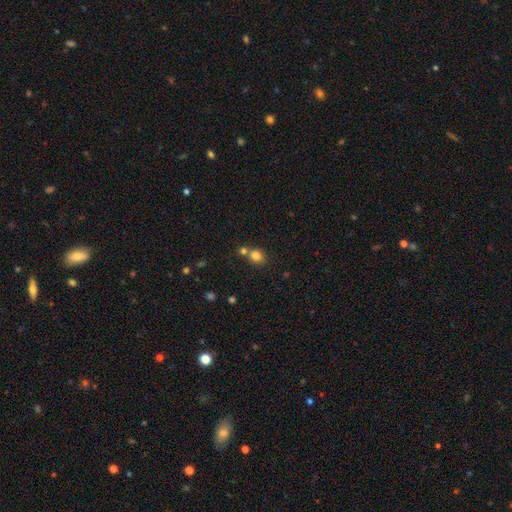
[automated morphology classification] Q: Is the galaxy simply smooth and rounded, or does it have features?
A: smooth — 81%.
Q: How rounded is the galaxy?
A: round — 75%.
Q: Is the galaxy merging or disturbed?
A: none — 55%.